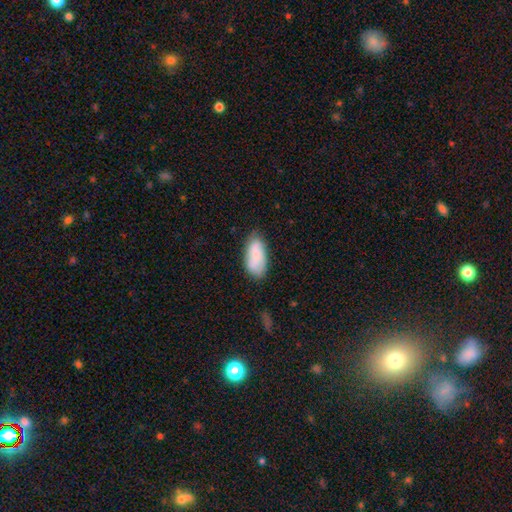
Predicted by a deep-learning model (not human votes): Smooth or featured? smooth (82%)
How rounded? in between (90%)
Merging? none (70%)